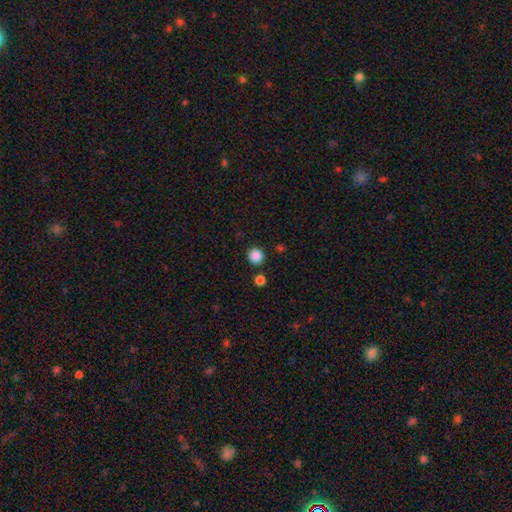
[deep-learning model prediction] A smooth galaxy with no disk features (87%) that is round (92%). Merging: none (88%).